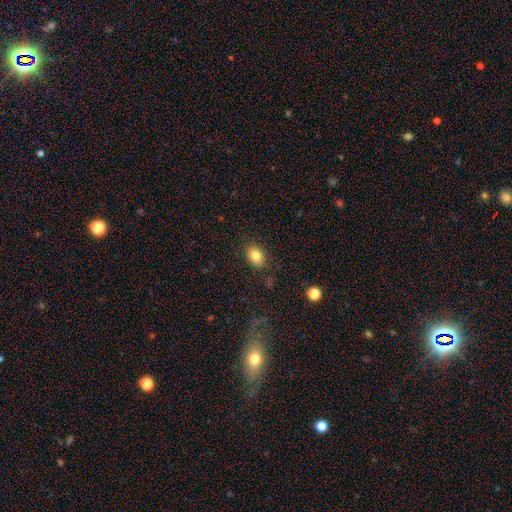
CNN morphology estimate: Smooth or featured?
  - smooth: 83% *
  - star or artifact: 10%
  - featured or disk: 8%
How rounded?
  - in between: 73% *
  - round: 26%
  - cigar-shaped: 1%
Merging?
  - none: 85% *
  - minor disturbance: 11%
  - major disturbance: 3%
  - merger: 1%